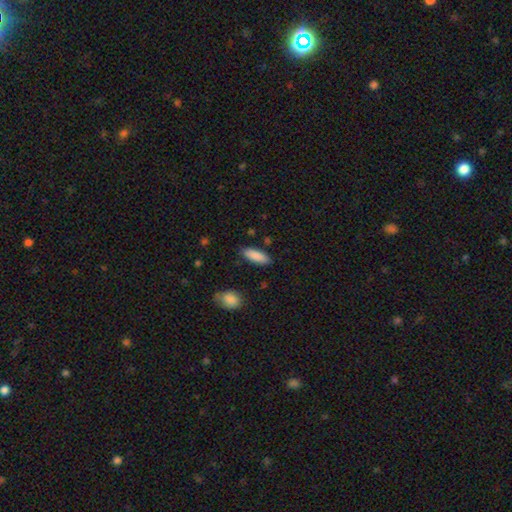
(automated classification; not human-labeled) Q: Smooth or featured?
A: smooth (88%); runner-up: star or artifact (6%)
Q: How rounded?
A: in between (62%); runner-up: cigar-shaped (36%)
Q: Merging?
A: none (86%); runner-up: minor disturbance (9%)